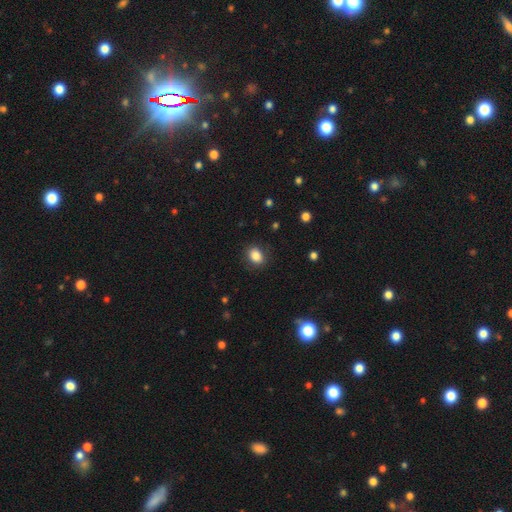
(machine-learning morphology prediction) type=smooth (86%); roundness=in between (57%); merging=none (85%).